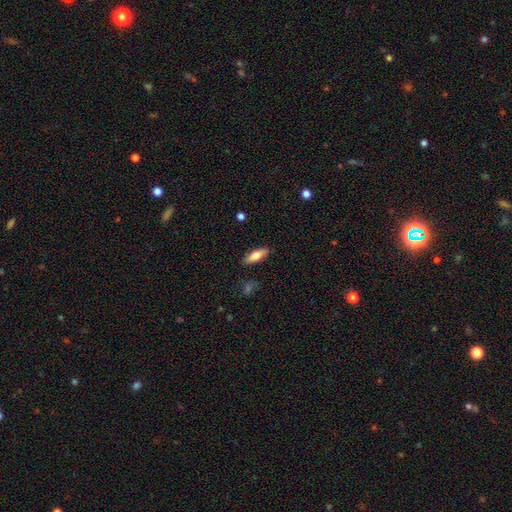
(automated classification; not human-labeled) A smooth galaxy with no disk features (69%) that is in between round and cigar-shaped (53%). Merging: none (88%).